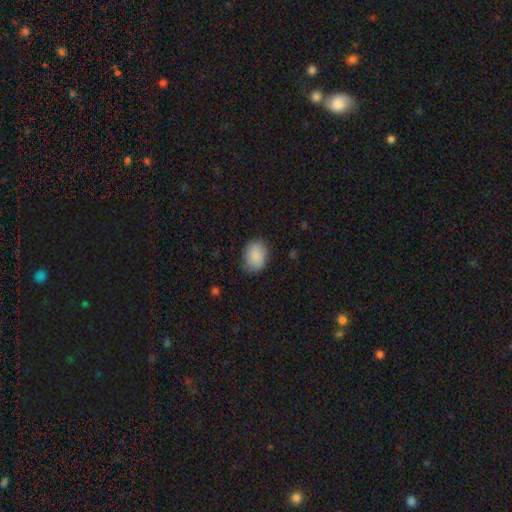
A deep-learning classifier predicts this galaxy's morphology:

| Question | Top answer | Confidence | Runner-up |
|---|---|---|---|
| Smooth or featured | smooth | 88% | star or artifact (7%) |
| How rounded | in between | 63% | round (36%) |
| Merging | none | 80% | minor disturbance (16%) |